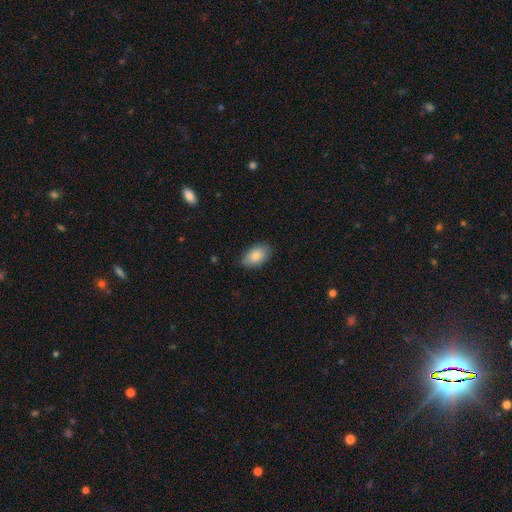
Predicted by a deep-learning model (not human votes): Morphology: type=smooth (83%); roundness=in between (92%); merging=none (81%).